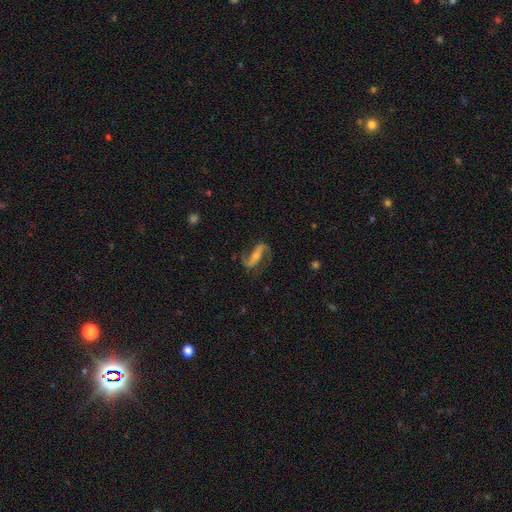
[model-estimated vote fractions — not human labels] This appears to be a featured or disk galaxy (88%) with a strong bar (49%), 2 (93%) loose (53%) spiral arms (97%) and a small central bulge (50%). Merging: none (75%).